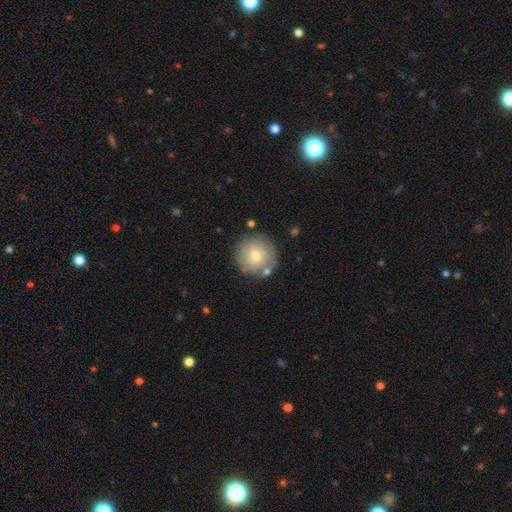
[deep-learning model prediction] A smooth galaxy with no disk features (66%) that is round (94%).

Vote fractions:
- Smooth or featured? smooth: 66% / featured or disk: 26% / star or artifact: 8%
- How rounded? round: 94% / in between: 5% / cigar-shaped: 1%
- Merging? none: 78% / minor disturbance: 13% / merger: 6% / major disturbance: 4%